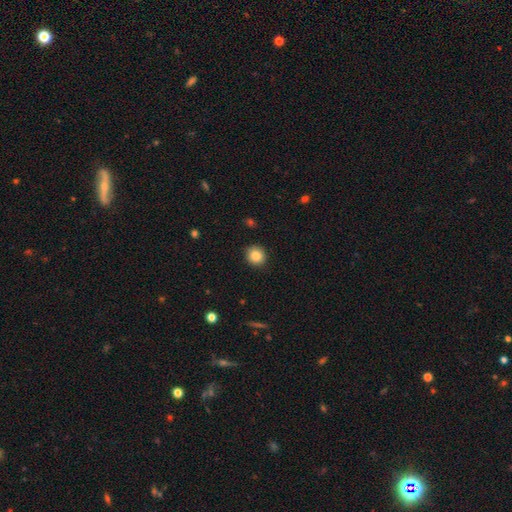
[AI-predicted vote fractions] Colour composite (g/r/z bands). It shows a smooth galaxy with no disk features (86%) that is round (88%). Merging: none (90%).